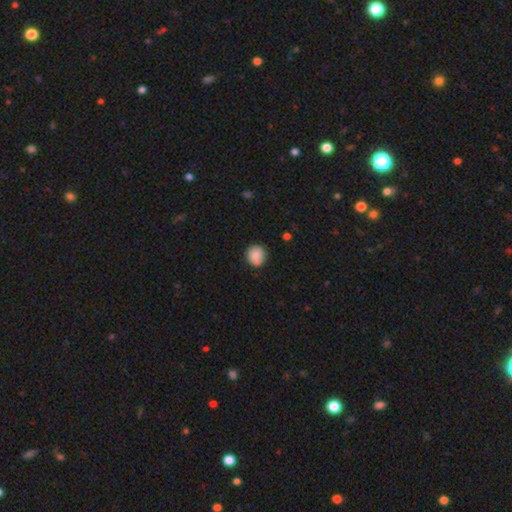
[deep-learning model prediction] The model was most divided on "merging": none: 78%, minor disturbance: 15%, merger: 4%, major disturbance: 3%. More confident: how rounded — round (89%); smooth or featured — smooth (84%).